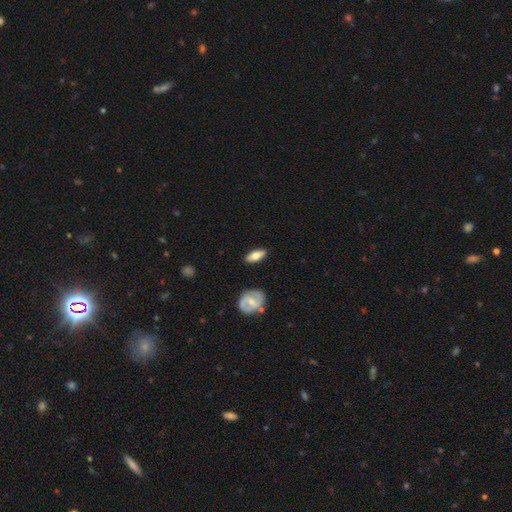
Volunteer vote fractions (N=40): A smooth galaxy with no disk features (70%) that is in between round and cigar-shaped (82%). Merging: none (90%).